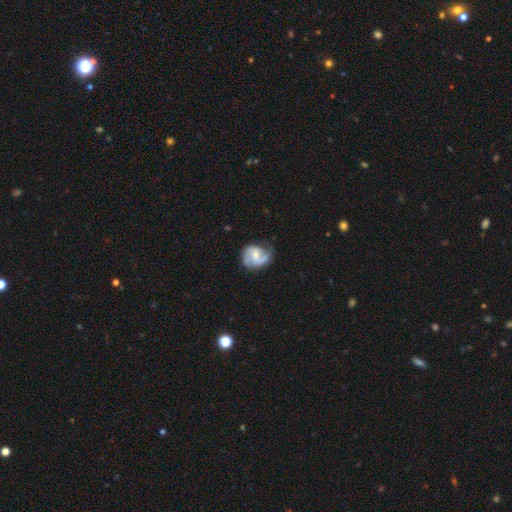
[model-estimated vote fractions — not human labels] smooth_or_featured: featured or disk (p=0.80) [alt: smooth p=0.15]
disk_edge_on: no (p=0.98) [alt: yes p=0.02]
bar: weak (p=0.45) [alt: no p=0.43]
has_spiral_arms: yes (p=0.95) [alt: no p=0.05]
spiral_winding: medium (p=0.49) [alt: loose p=0.26]
spiral_arm_count: 2 (p=0.80) [alt: 1 p=0.10]
bulge_size: small (p=0.48) [alt: moderate p=0.36]
merging: none (p=0.63) [alt: minor disturbance p=0.24]